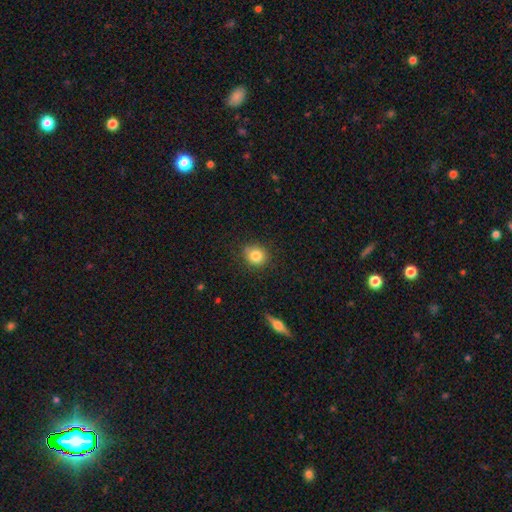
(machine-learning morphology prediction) Overall: smooth (83%). How rounded: round (83%). Merging: none (84%).